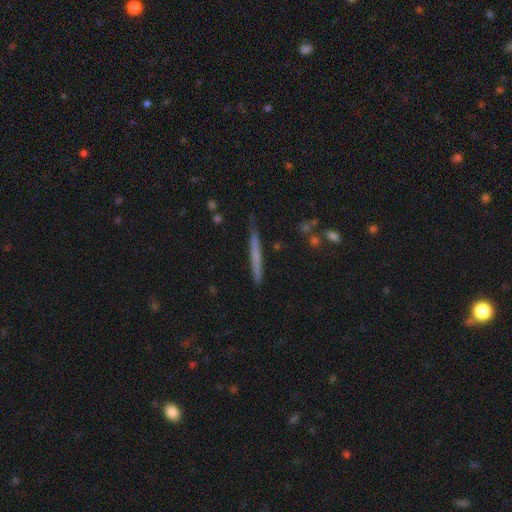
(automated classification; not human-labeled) Smooth or featured? smooth (54%)
How rounded? cigar-shaped (96%)
Merging? none (85%)